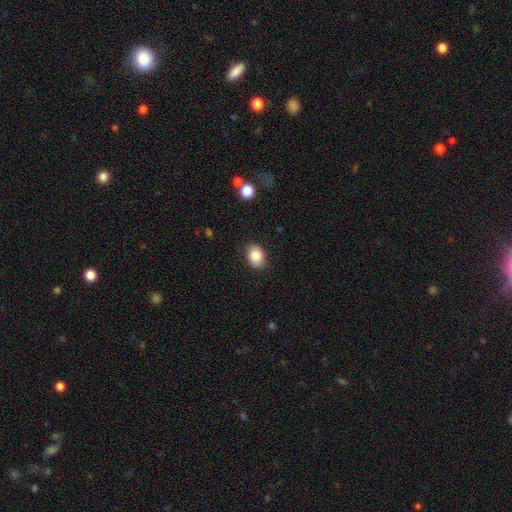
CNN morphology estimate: smooth_or_featured: smooth (p=0.87) [alt: star or artifact p=0.08]
how_rounded: in between (p=0.72) [alt: round p=0.27]
merging: none (p=0.83) [alt: minor disturbance p=0.13]